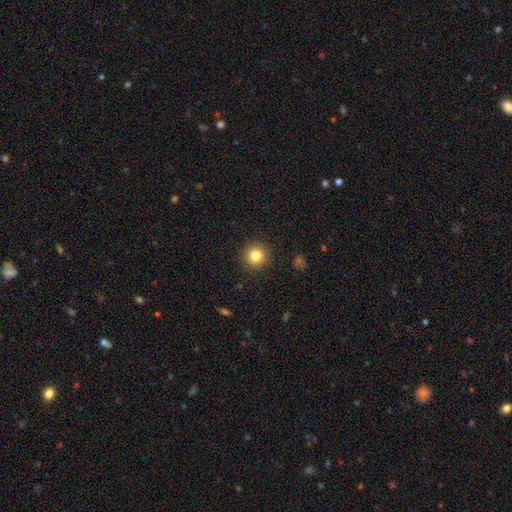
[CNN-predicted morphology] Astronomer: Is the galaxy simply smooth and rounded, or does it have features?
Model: smooth — 82%.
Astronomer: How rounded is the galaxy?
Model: round — 95%.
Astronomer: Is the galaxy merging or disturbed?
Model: none — 92%.